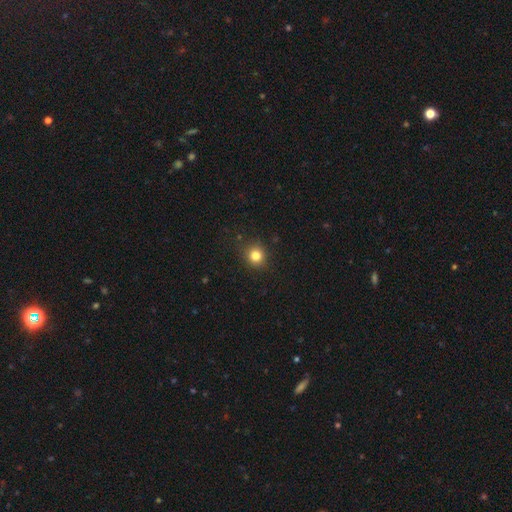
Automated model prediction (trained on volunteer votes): smooth-or-featured: smooth: 81% | star or artifact: 13% | featured or disk: 6%
  how-rounded: round: 88% | in between: 11% | cigar-shaped: 1%
  merging: none: 88% | minor disturbance: 8% | major disturbance: 2% | merger: 1%